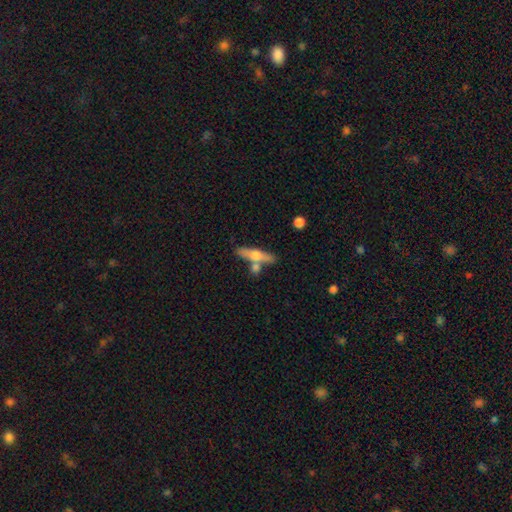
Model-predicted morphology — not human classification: smooth-or-featured: featured or disk: 51% | smooth: 43% | star or artifact: 6%
  disk-edge-on: yes: 90% | no: 10%
  merging: none: 63% | merger: 21% | minor disturbance: 12% | major disturbance: 4%